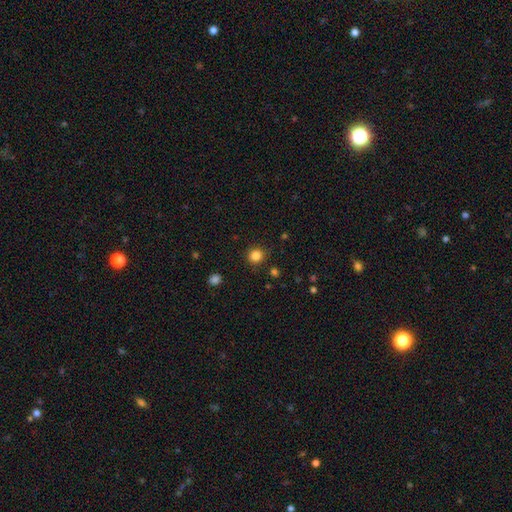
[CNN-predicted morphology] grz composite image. It shows a smooth galaxy with no disk features (84%) that is round (92%). Merging: none (89%).